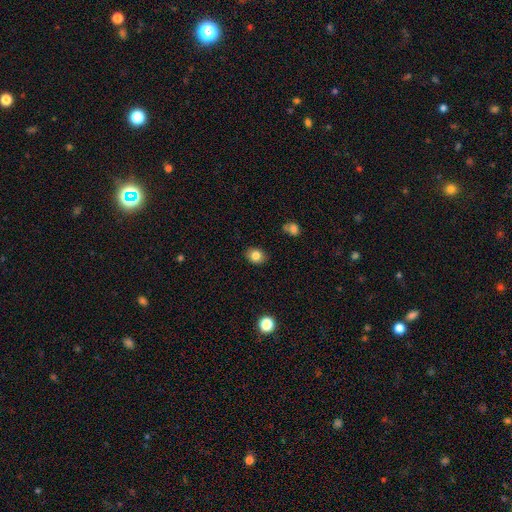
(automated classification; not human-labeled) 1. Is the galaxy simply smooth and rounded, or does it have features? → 82% smooth, 10% star or artifact, 7% featured or disk.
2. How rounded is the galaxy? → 56% round, 43% in between, 1% cigar-shaped.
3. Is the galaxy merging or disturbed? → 86% none, 10% minor disturbance, 2% major disturbance, 1% merger.